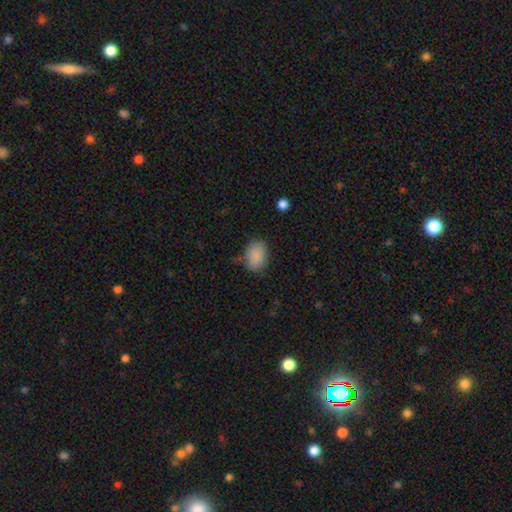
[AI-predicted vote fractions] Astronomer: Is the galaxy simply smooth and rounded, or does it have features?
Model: smooth — 87%.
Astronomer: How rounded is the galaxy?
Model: in between — 73%.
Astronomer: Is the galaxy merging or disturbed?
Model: none — 73%.